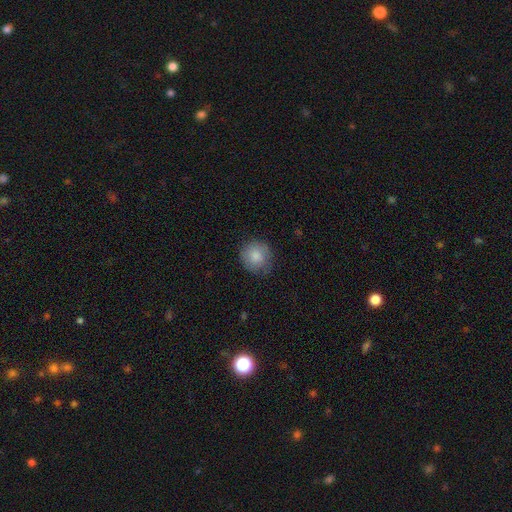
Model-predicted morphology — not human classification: Q: Smooth or featured?
A: smooth (83%); runner-up: featured or disk (10%)
Q: How rounded?
A: round (89%); runner-up: in between (10%)
Q: Merging?
A: none (75%); runner-up: minor disturbance (19%)